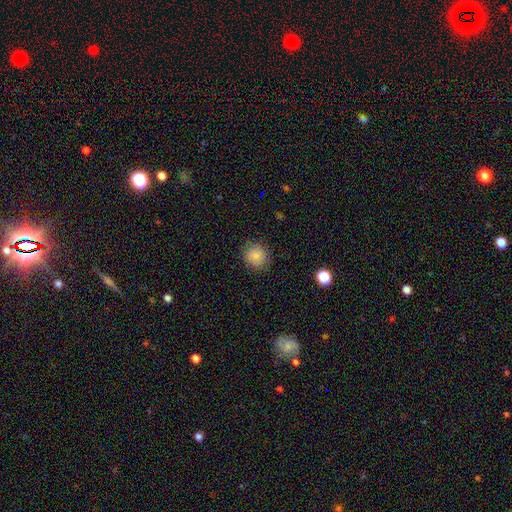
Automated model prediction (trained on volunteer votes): Smooth or featured?
  - smooth: 82% *
  - star or artifact: 10%
  - featured or disk: 8%
How rounded?
  - round: 77% *
  - in between: 22%
  - cigar-shaped: 1%
Merging?
  - none: 81% *
  - minor disturbance: 14%
  - major disturbance: 4%
  - merger: 1%